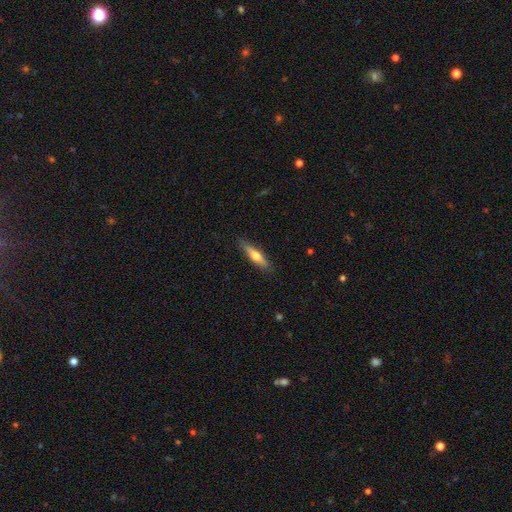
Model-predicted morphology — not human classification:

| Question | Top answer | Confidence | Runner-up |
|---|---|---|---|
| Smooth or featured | smooth | 52% | featured or disk (42%) |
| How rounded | cigar-shaped | 81% | in between (17%) |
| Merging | none | 86% | minor disturbance (11%) |